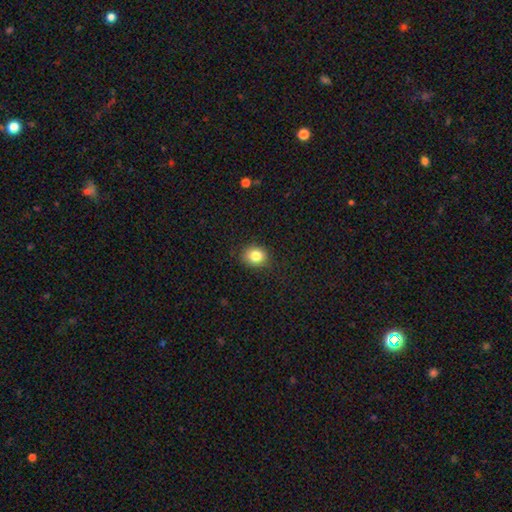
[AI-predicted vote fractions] smooth 82%, star or artifact 10%, featured or disk 7%. Down the decision tree: how rounded — round (65%); merging — none (86%).